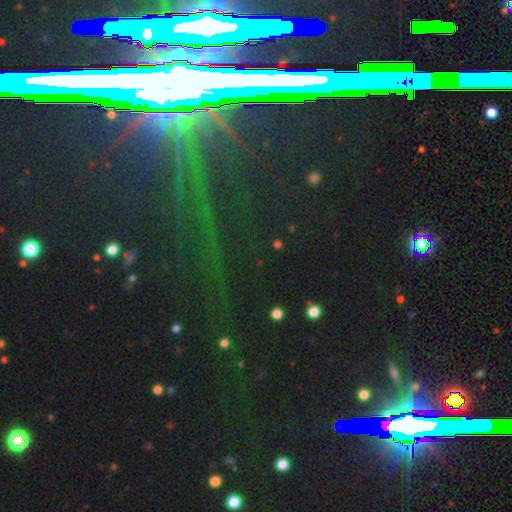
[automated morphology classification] This is likely a star or artifact rather than a galaxy (77%).